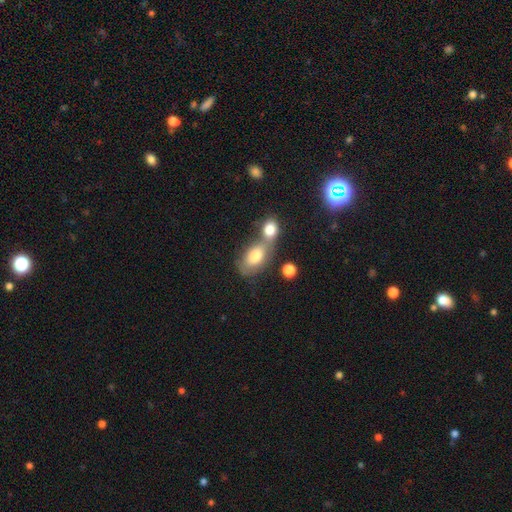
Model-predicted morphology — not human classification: smooth_or_featured: smooth (p=0.76) [alt: featured or disk p=0.16]
how_rounded: in between (p=0.85) [alt: round p=0.13]
merging: merger (p=0.56) [alt: none p=0.30]